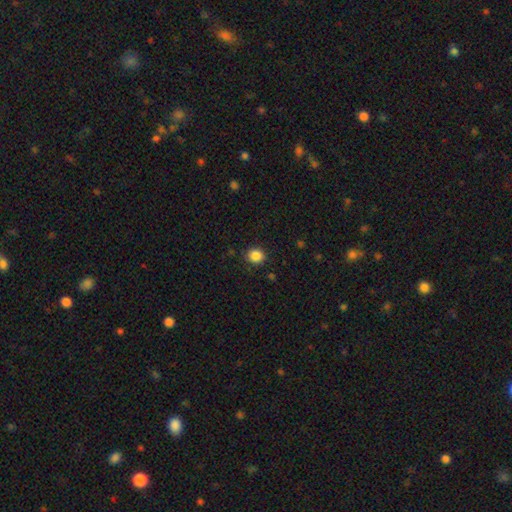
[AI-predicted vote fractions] The model was most divided on "how rounded": round: 78%, in between: 21%, cigar-shaped: 1%. More confident: merging — none (88%); smooth or featured — smooth (87%).